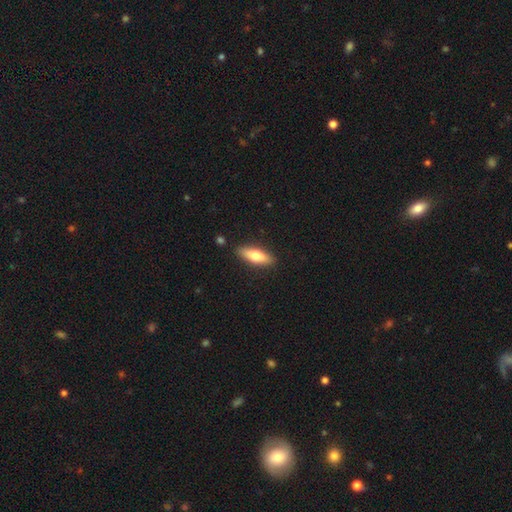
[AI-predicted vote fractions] Smooth or featured: smooth — 66% (featured or disk — 28%)
How rounded: in between — 55% (cigar-shaped — 43%)
Merging: none — 87% (minor disturbance — 9%)